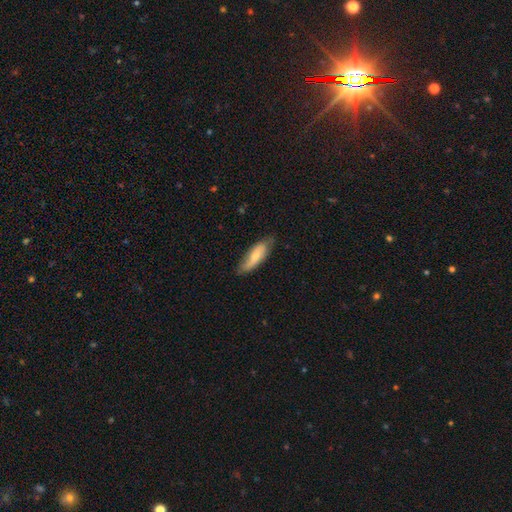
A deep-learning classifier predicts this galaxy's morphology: smooth_or_featured: smooth (p=0.62) [alt: featured or disk p=0.32]
how_rounded: in between (p=0.57) [alt: cigar-shaped p=0.41]
merging: none (p=0.68) [alt: minor disturbance p=0.26]